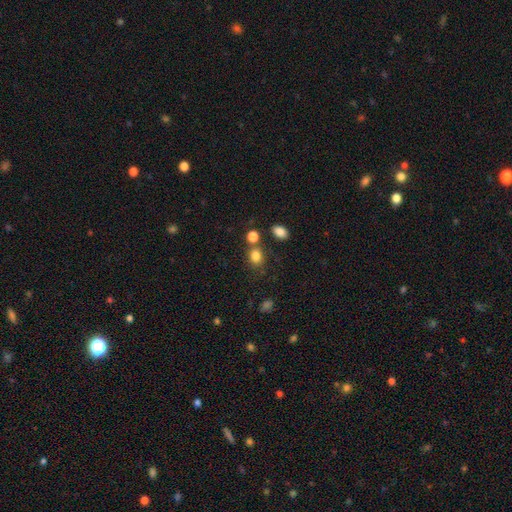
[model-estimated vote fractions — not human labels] Morphology: type=smooth (82%); roundness=round (57%); merging=none (67%).